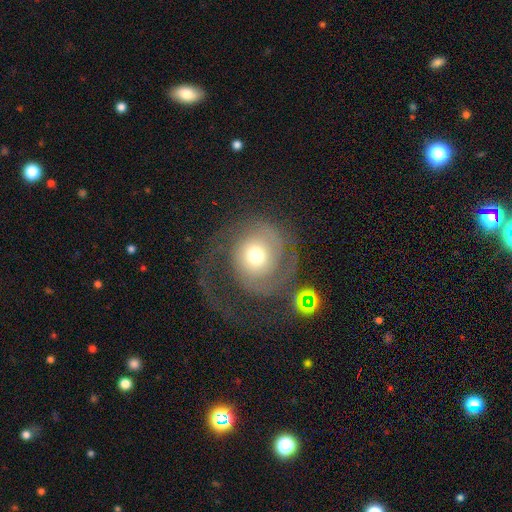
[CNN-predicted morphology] featured or disk 66%, smooth 26%, star or artifact 8%. Down the decision tree: edge-on disk — no (97%); bar — no (80%); spiral arms — yes (83%); spiral arm count — 2 (42%); spiral winding — tight (36%); bulge size — moderate (63%); merging — major disturbance (42%).